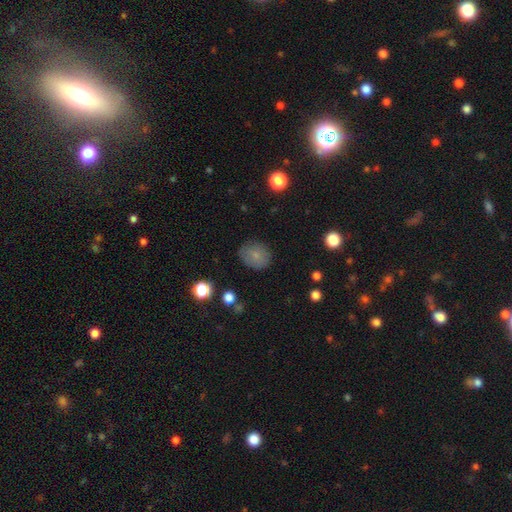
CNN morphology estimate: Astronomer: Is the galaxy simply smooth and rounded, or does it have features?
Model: smooth — 77%.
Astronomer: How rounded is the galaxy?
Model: round — 58% (runner-up: in between, 41%).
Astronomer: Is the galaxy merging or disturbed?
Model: none — 79%.